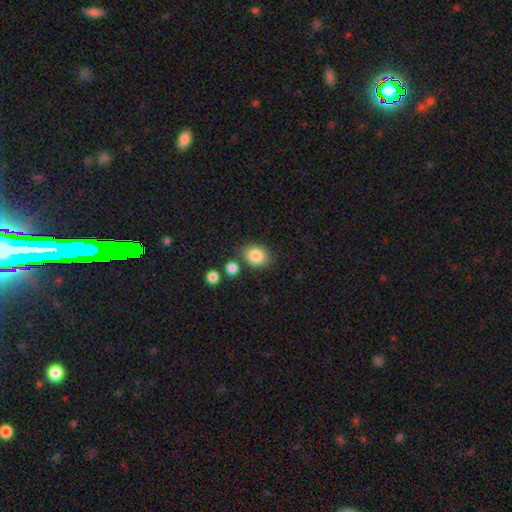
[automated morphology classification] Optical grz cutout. It shows a smooth galaxy with no disk features (85%) that is in between round and cigar-shaped (59%). Merging: none (76%).